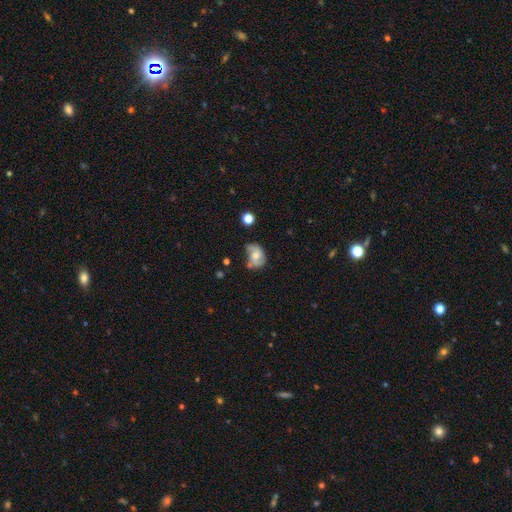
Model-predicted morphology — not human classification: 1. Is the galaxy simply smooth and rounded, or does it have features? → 47% featured or disk, 44% smooth, 9% star or artifact.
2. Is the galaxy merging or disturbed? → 39% none, 31% minor disturbance, 19% major disturbance, 11% merger.